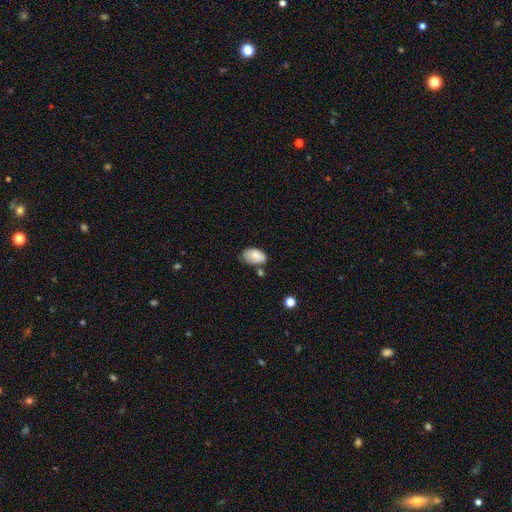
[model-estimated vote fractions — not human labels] smooth 73%, featured or disk 19%, star or artifact 8%. Down the decision tree: how rounded — in between (91%); merging — none (52%).